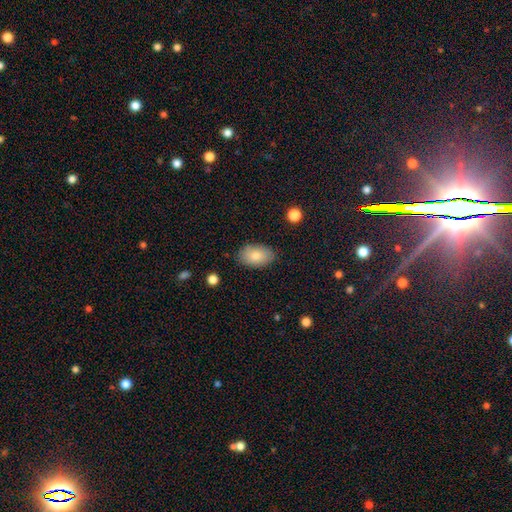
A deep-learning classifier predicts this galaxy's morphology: smooth-or-featured: smooth: 81% | featured or disk: 12% | star or artifact: 7%
  how-rounded: in between: 92% | round: 7% | cigar-shaped: 1%
  merging: none: 83% | minor disturbance: 13% | major disturbance: 3% | merger: 1%